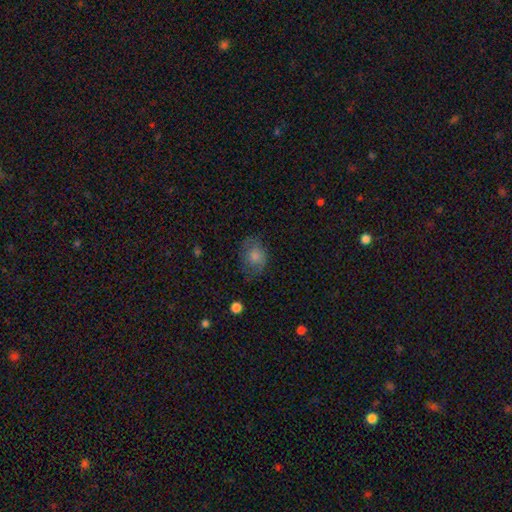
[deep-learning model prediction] Smooth or featured? Predicted: smooth (p=0.60). How rounded? Predicted: round (p=0.52). Merging? Predicted: none (p=0.66).